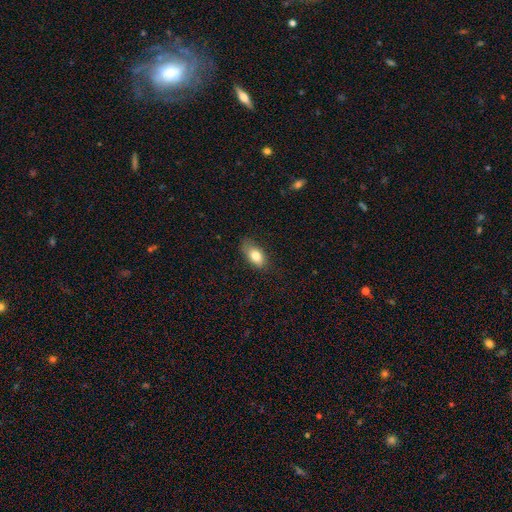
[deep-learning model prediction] Smooth or featured? Predicted: smooth (p=0.79). How rounded? Predicted: in between (p=0.89). Merging? Predicted: none (p=0.74).